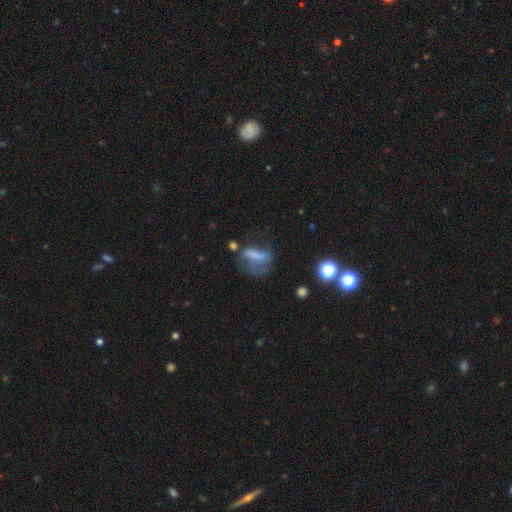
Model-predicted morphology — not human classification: A featured or disk galaxy (46%). Merging: major disturbance (43%).